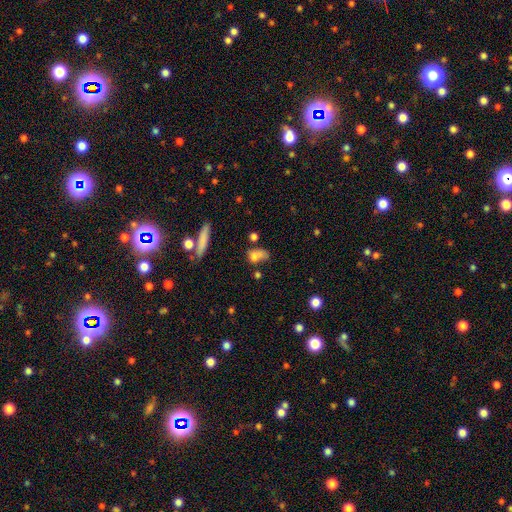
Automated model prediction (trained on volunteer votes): smooth 72%, featured or disk 17%, star or artifact 11%. Down the decision tree: how rounded — in between (71%); merging — none (39%).